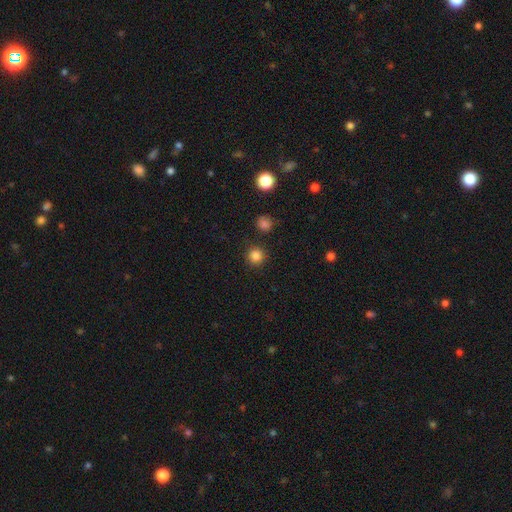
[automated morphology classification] The model was most divided on "smooth or featured": smooth: 84%, star or artifact: 13%, featured or disk: 4%. More confident: how rounded — round (94%); merging — none (89%).